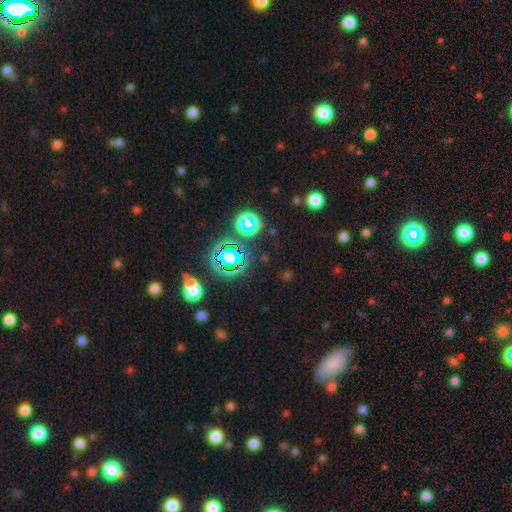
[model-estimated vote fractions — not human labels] smooth-or-featured: star or artifact: 72% | smooth: 20% | featured or disk: 8%